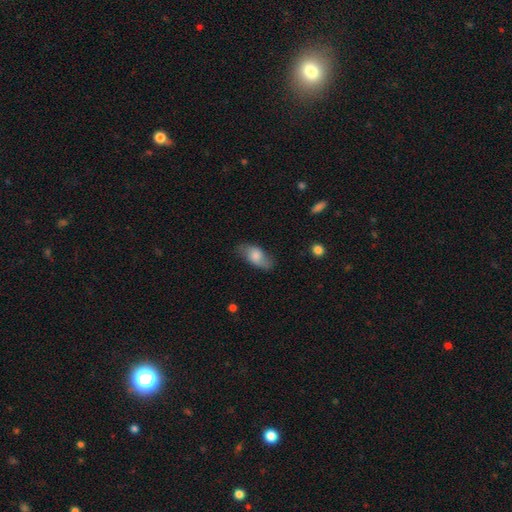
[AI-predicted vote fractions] A smooth galaxy with no disk features (70%) that is in between round and cigar-shaped (88%).

Vote fractions:
- Smooth or featured? smooth: 70% / featured or disk: 23% / star or artifact: 7%
- How rounded? in between: 88% / cigar-shaped: 7% / round: 4%
- Merging? none: 71% / minor disturbance: 22% / major disturbance: 6% / merger: 1%